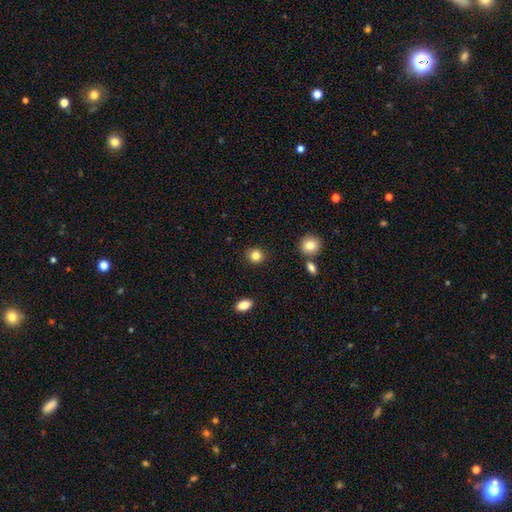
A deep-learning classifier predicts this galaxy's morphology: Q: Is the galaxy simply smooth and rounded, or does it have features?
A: smooth — 84%.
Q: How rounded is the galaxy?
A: round — 86%.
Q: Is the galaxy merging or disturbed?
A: none — 90%.